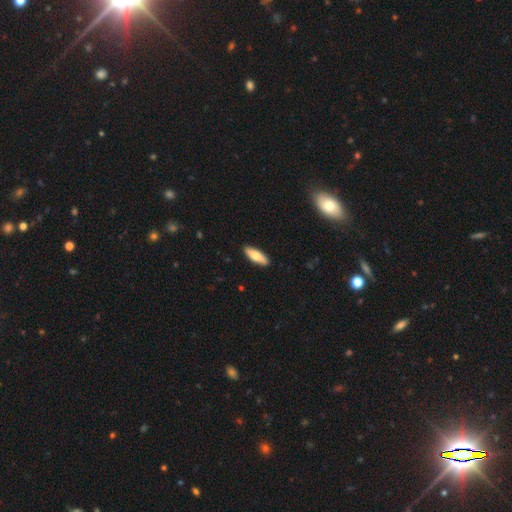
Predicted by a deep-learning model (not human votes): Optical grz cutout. It shows a smooth galaxy with no disk features (73%) that is in between round and cigar-shaped (55%). Merging: none (90%).